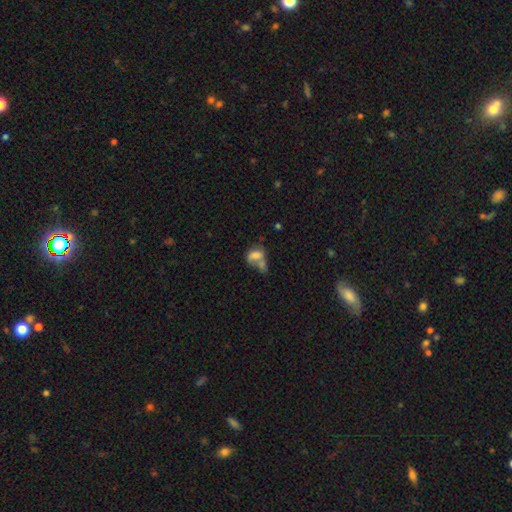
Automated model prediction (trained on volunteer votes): smooth 66%, featured or disk 23%, star or artifact 12%. Down the decision tree: how rounded — in between (76%); merging — merger (50%).